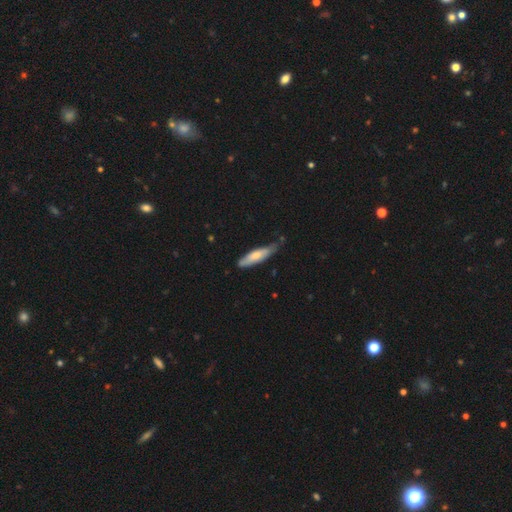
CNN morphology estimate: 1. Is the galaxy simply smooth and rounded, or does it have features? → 65% smooth, 29% featured or disk, 5% star or artifact.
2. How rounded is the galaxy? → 72% cigar-shaped, 27% in between, 1% round.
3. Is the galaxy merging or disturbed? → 65% none, 29% minor disturbance, 4% major disturbance, 2% merger.